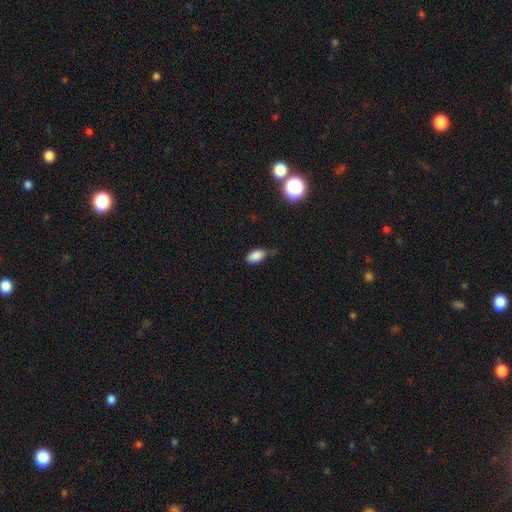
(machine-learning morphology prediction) Smooth or featured?
  - smooth: 85% *
  - star or artifact: 10%
  - featured or disk: 5%
How rounded?
  - in between: 92% *
  - round: 5%
  - cigar-shaped: 3%
Merging?
  - none: 54% *
  - minor disturbance: 36%
  - major disturbance: 8%
  - merger: 3%